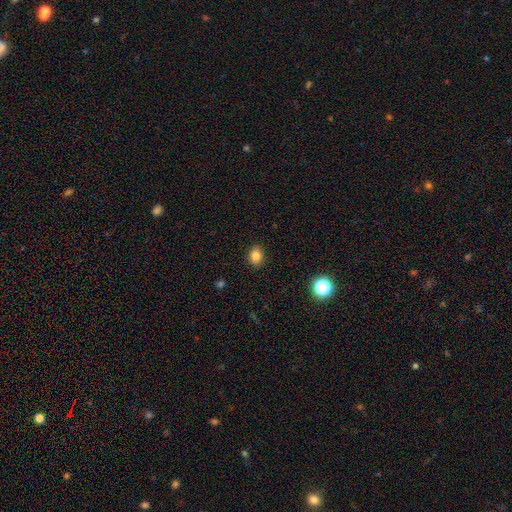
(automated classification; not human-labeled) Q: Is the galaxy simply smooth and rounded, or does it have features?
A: smooth — 83%.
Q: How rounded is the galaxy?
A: in between — 56%.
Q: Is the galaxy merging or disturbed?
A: none — 89%.